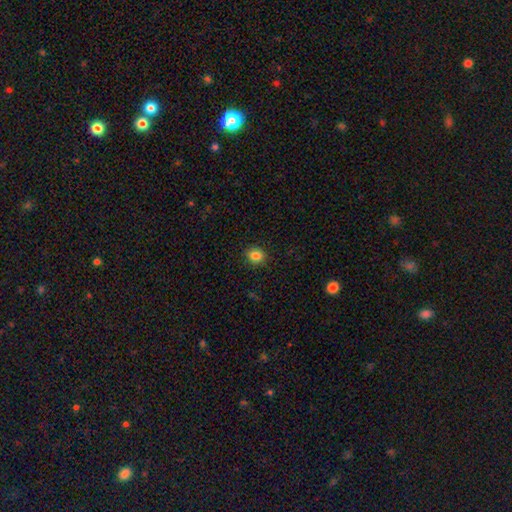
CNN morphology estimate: type=smooth (84%); roundness=round (75%); merging=none (90%).